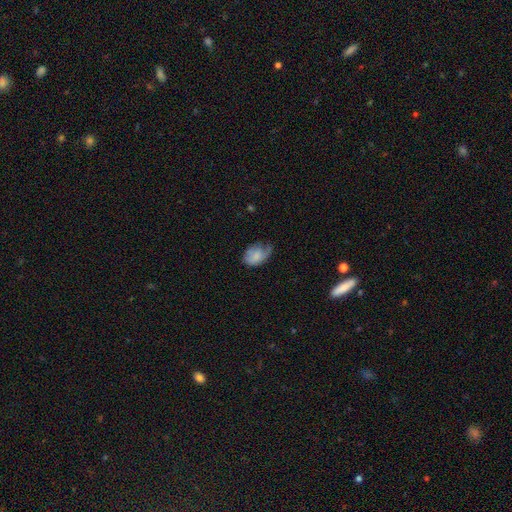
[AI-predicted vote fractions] The model was most divided on "merging": minor disturbance: 42%, none: 36%, major disturbance: 20%, merger: 2%. More confident: how rounded — in between (82%); smooth or featured — smooth (69%).